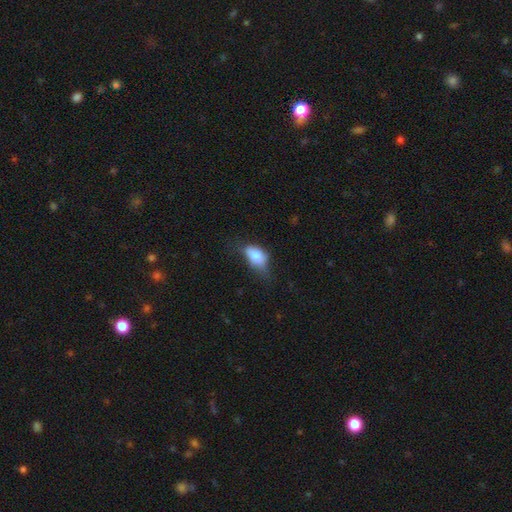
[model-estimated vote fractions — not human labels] The model was most divided on "merging": minor disturbance: 40%, none: 36%, major disturbance: 22%, merger: 3%. More confident: how rounded — in between (85%); smooth or featured — smooth (75%).